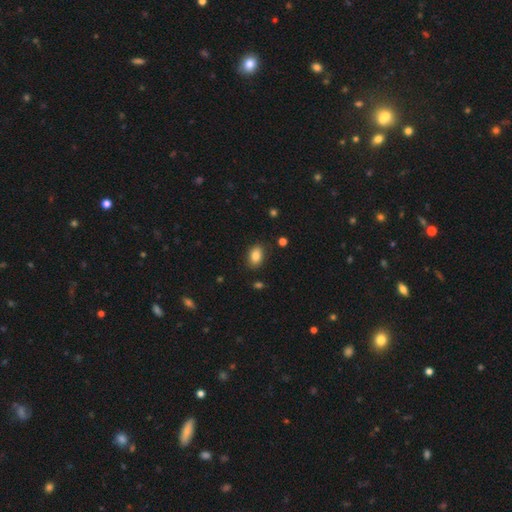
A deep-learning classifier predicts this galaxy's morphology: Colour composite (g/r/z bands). It shows a smooth galaxy with no disk features (85%) that is in between round and cigar-shaped (86%). Merging: none (86%).